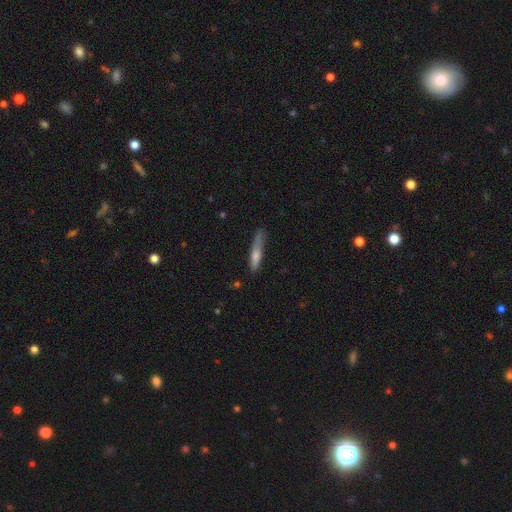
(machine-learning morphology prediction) Smooth or featured? Predicted: smooth (p=0.59). How rounded? Predicted: cigar-shaped (p=0.89). Merging? Predicted: none (p=0.67).